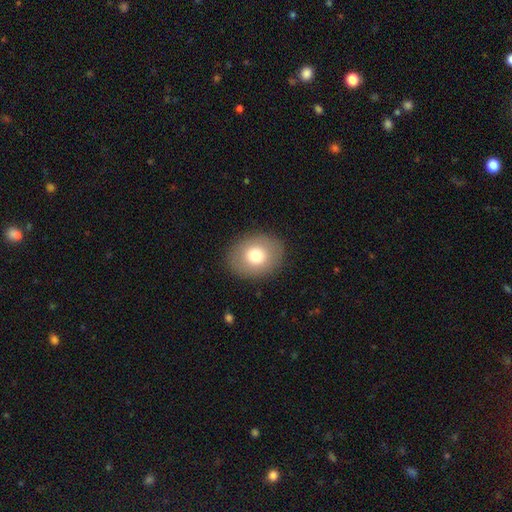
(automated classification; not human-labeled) Smooth or featured? smooth (76%)
How rounded? in between (55%)
Merging? none (88%)